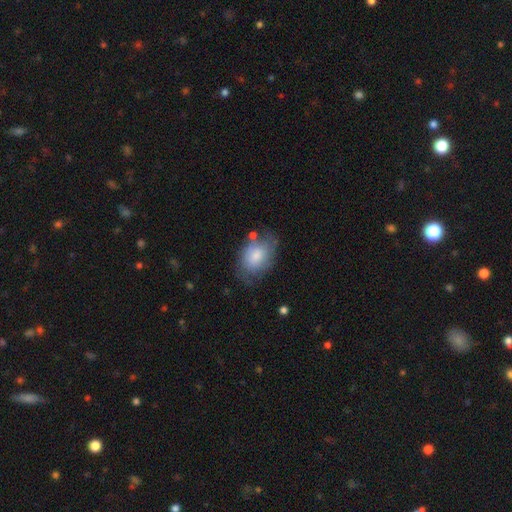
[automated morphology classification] smooth-or-featured: smooth: 64% | featured or disk: 30% | star or artifact: 7%
  how-rounded: in between: 78% | round: 21% | cigar-shaped: 1%
  merging: none: 52% | minor disturbance: 29% | major disturbance: 14% | merger: 5%